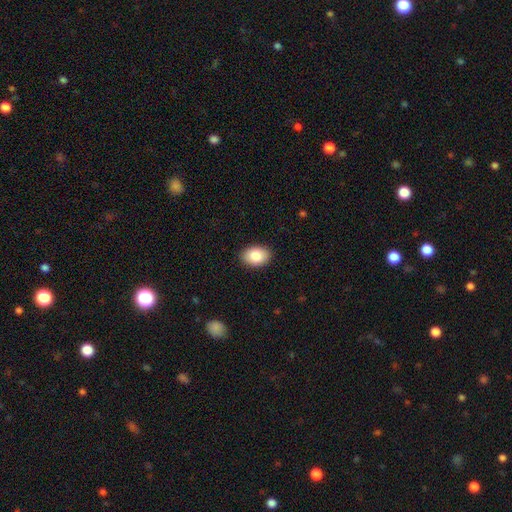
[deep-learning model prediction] Morphology: type=smooth (86%); roundness=in between (84%); merging=none (89%).